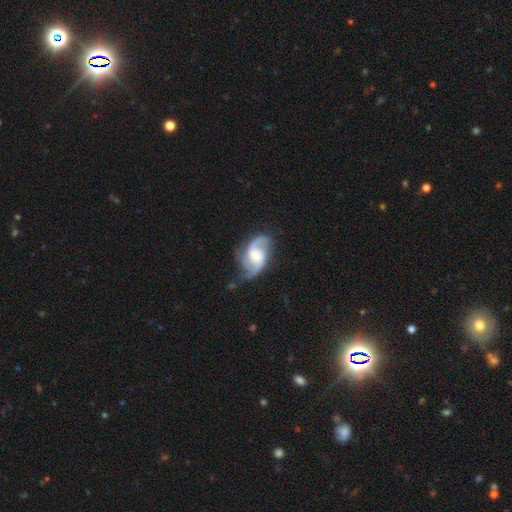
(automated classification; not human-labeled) This is clearly a featured or disk galaxy (88%). It is clearly not viewed edge-on (98%). Bar: possibly weak (49%). Spiral arm pattern: clearly yes (97%). Spiral arm count: clearly 2 (87%). Spiral winding: possibly medium (51%). Central bulge: possibly moderate (53%). Merging: likely none (68%).